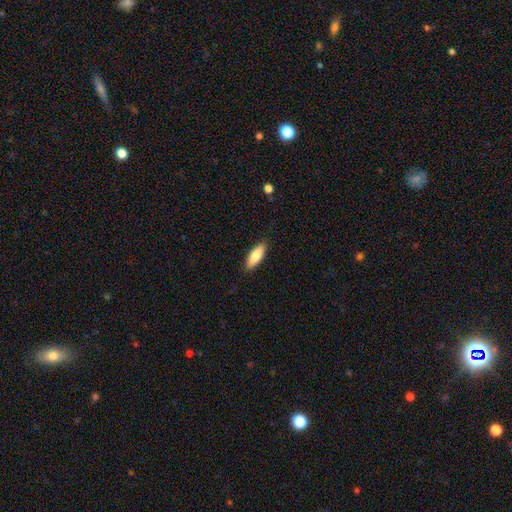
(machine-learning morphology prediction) Smooth or featured?
  - smooth: 79% *
  - featured or disk: 15%
  - star or artifact: 6%
How rounded?
  - in between: 58% *
  - cigar-shaped: 40%
  - round: 2%
Merging?
  - none: 89% *
  - minor disturbance: 9%
  - major disturbance: 2%
  - merger: 1%